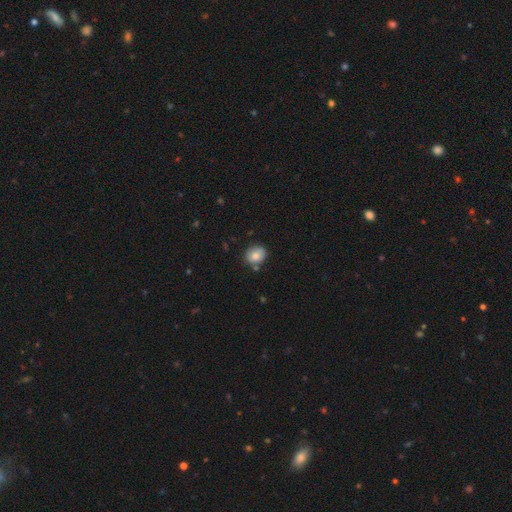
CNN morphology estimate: Smooth or featured: smooth — 80% (featured or disk — 11%)
How rounded: round — 70% (in between — 29%)
Merging: none — 76% (minor disturbance — 15%)